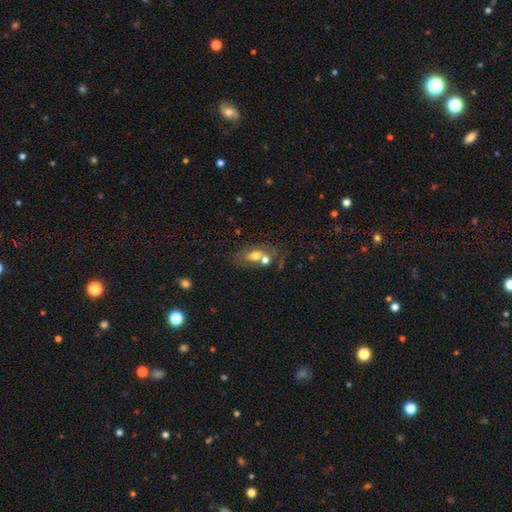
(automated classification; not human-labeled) Q: Smooth or featured?
A: smooth (61%); runner-up: featured or disk (28%)
Q: How rounded?
A: in between (71%); runner-up: round (24%)
Q: Merging?
A: merger (43%); runner-up: none (38%)